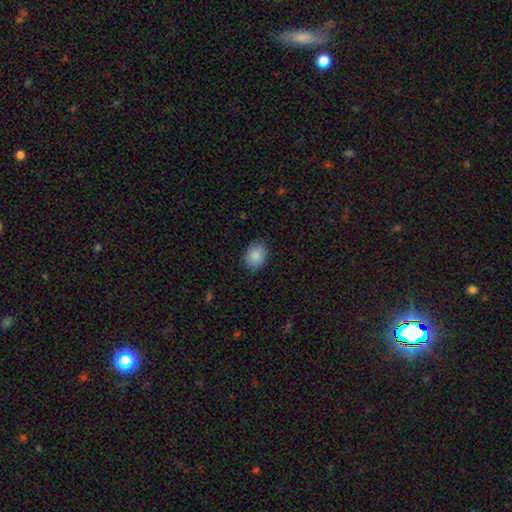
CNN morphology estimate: type=smooth (88%); roundness=round (52%); merging=none (87%).